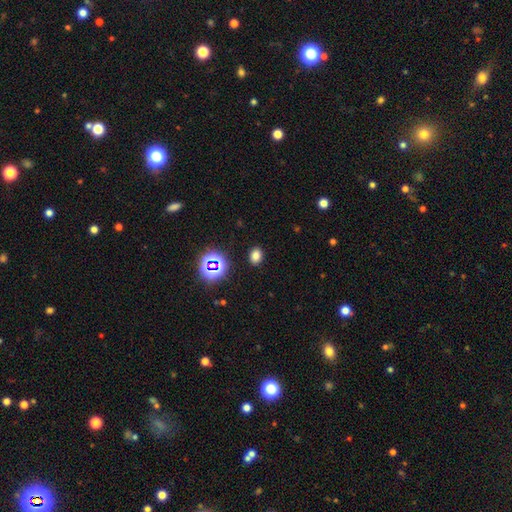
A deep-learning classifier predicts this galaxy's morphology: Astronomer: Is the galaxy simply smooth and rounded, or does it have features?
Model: smooth — 74%.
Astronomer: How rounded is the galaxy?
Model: in between — 63%.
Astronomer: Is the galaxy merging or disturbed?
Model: none — 88%.